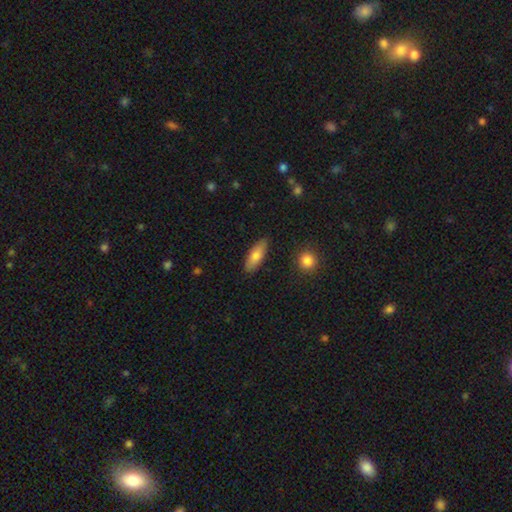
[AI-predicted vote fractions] This is likely a smooth galaxy (76%). How rounded: likely in between (68%). Merging: clearly none (86%).